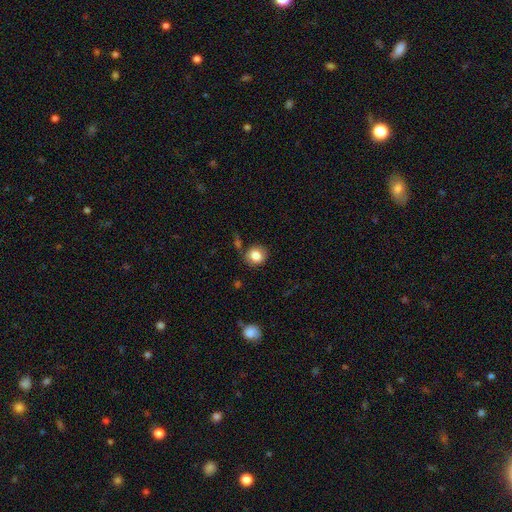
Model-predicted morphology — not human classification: The model was most divided on "how rounded": round: 79%, in between: 20%, cigar-shaped: 1%. More confident: smooth or featured — smooth (83%); merging — none (78%).